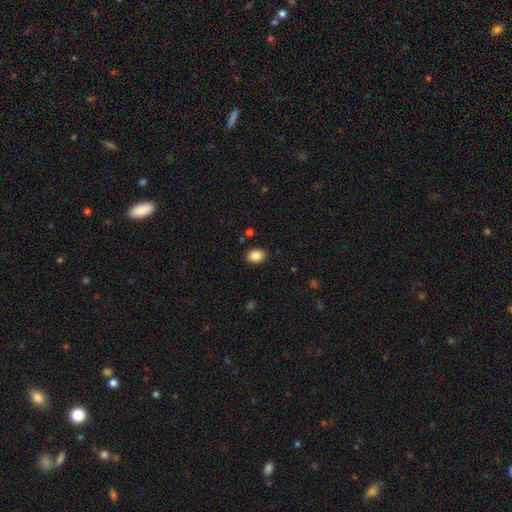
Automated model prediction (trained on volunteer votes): Smooth or featured? smooth (88%)
How rounded? in between (76%)
Merging? none (88%)